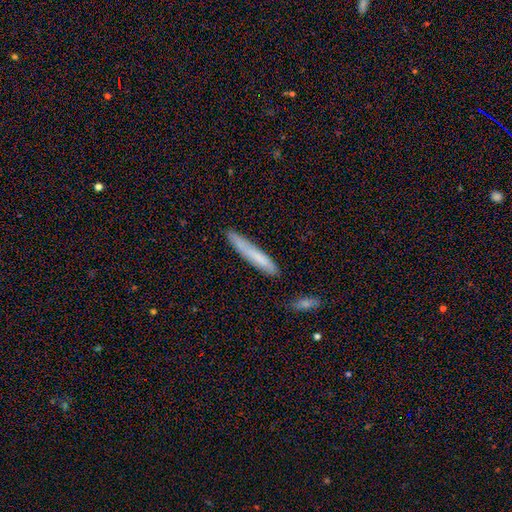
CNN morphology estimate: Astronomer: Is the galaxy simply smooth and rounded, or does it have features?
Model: smooth — 70%.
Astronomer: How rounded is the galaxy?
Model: cigar-shaped — 94%.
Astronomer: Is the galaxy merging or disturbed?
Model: none — 79%.